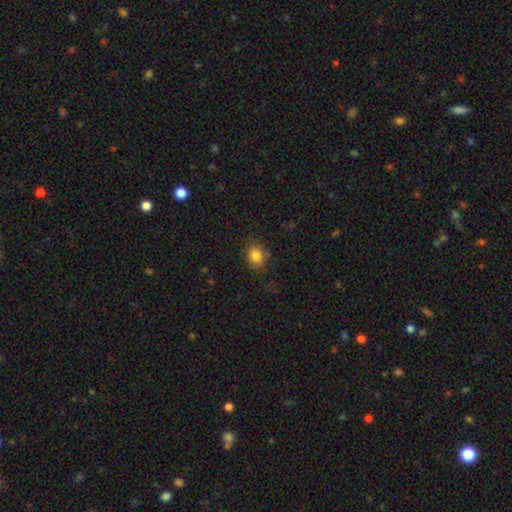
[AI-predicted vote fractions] A smooth galaxy with no disk features (83%) that is in between round and cigar-shaped (53%). Merging: none (79%).